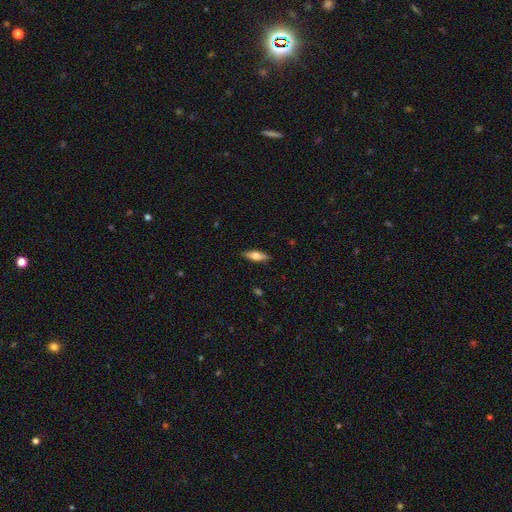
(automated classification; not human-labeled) Morphology: type=smooth (63%); roundness=in between (62%); merging=none (88%).